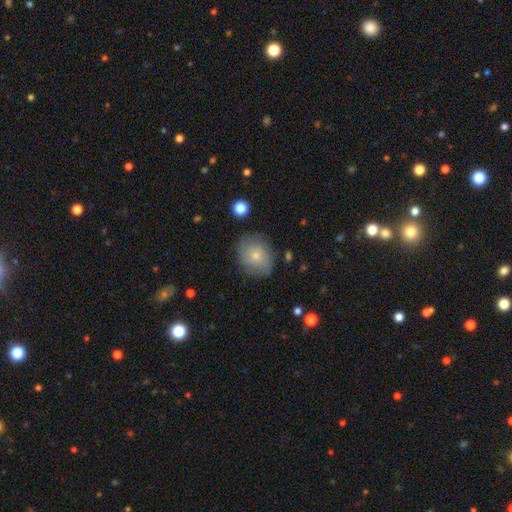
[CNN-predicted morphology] Q: Smooth or featured?
A: smooth (73%); runner-up: featured or disk (19%)
Q: How rounded?
A: round (59%); runner-up: in between (40%)
Q: Merging?
A: none (77%); runner-up: minor disturbance (17%)